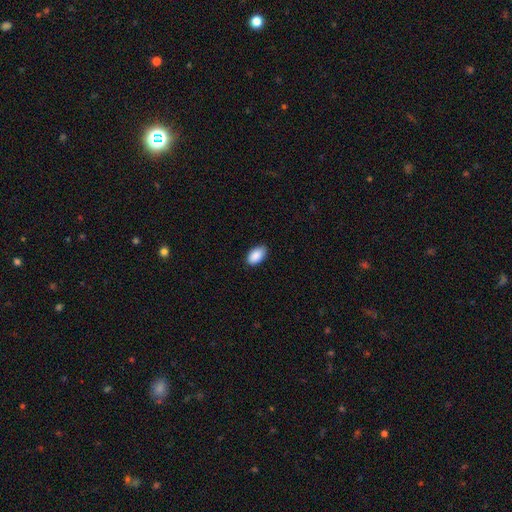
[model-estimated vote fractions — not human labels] Q: Smooth or featured?
A: smooth (90%); runner-up: star or artifact (7%)
Q: How rounded?
A: in between (95%); runner-up: round (4%)
Q: Merging?
A: none (85%); runner-up: minor disturbance (12%)